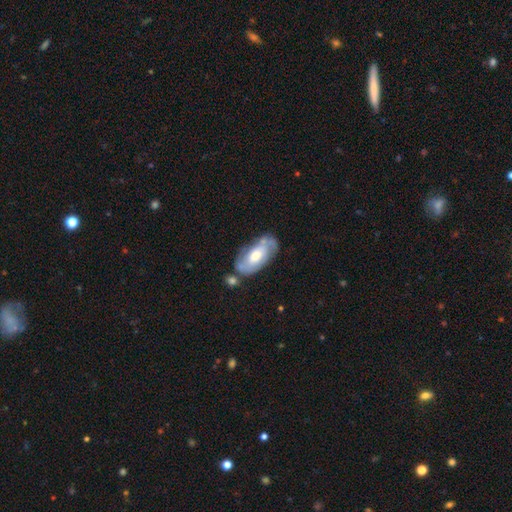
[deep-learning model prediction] Smooth or featured?
  - featured or disk: 62% *
  - smooth: 33%
  - star or artifact: 5%
Edge-on disk?
  - no: 91% *
  - yes: 9%
Bar?
  - no: 62% *
  - weak: 30%
  - strong: 8%
Spiral arms?
  - yes: 77% *
  - no: 23%
Bulge size?
  - moderate: 63% *
  - small: 22%
  - large: 13%
  - none: 1%
  - dominant: 1%
Merging?
  - none: 60% *
  - minor disturbance: 21%
  - merger: 12%
  - major disturbance: 8%